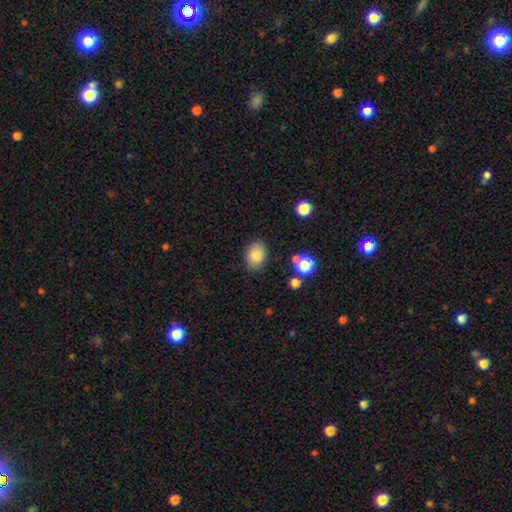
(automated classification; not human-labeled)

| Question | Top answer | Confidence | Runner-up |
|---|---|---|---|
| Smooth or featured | smooth | 83% | star or artifact (9%) |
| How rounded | in between | 72% | round (27%) |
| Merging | none | 82% | minor disturbance (12%) |